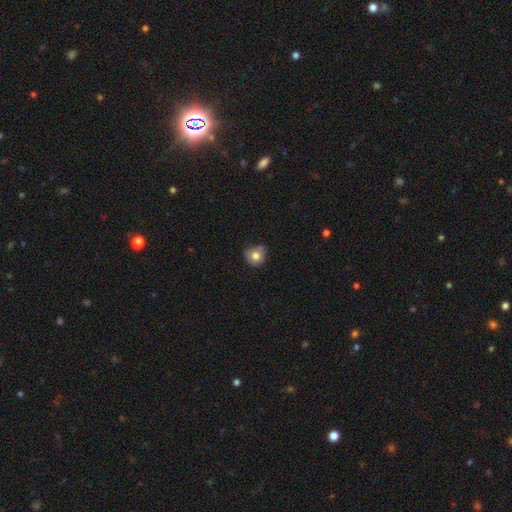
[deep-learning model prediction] Morphology: type=smooth (78%); roundness=round (80%); merging=none (59%).